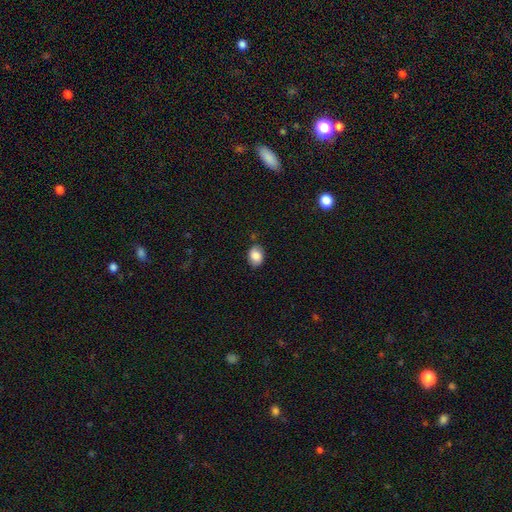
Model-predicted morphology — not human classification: A smooth galaxy with no disk features (83%) that is in between round and cigar-shaped (70%). Merging: none (81%).